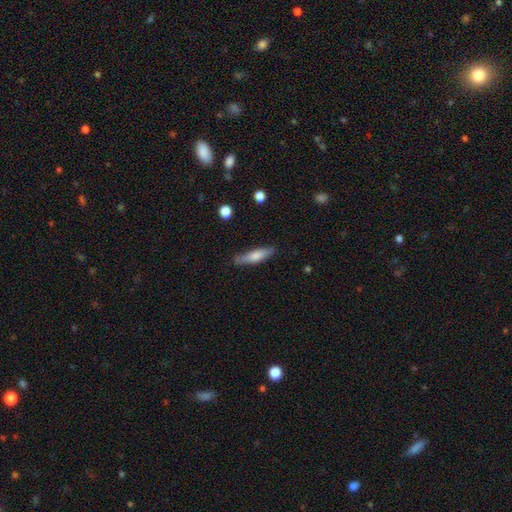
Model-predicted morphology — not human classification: The model was most divided on "smooth or featured": smooth: 67%, featured or disk: 27%, star or artifact: 6%. More confident: merging — none (79%); how rounded — cigar-shaped (74%).